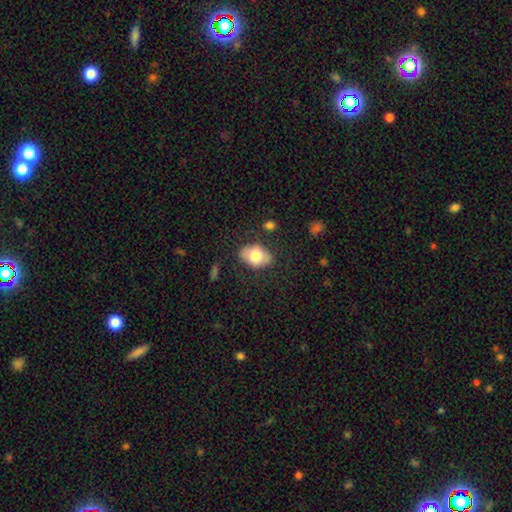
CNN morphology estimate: type=smooth (74%); roundness=in between (80%); merging=none (76%).